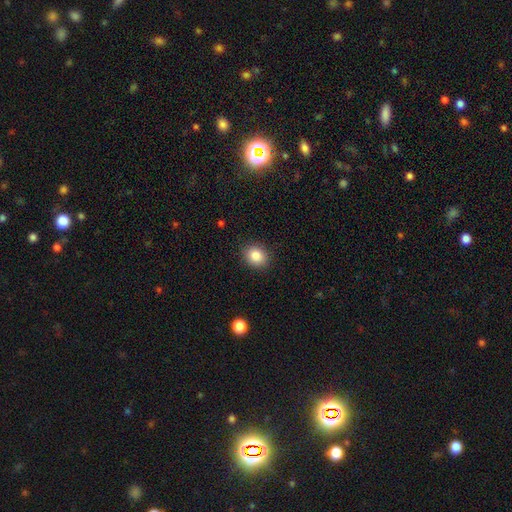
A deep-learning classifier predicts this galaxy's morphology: This appears to be a smooth galaxy with no disk features (85%) that is round (62%). Merging: none (89%).